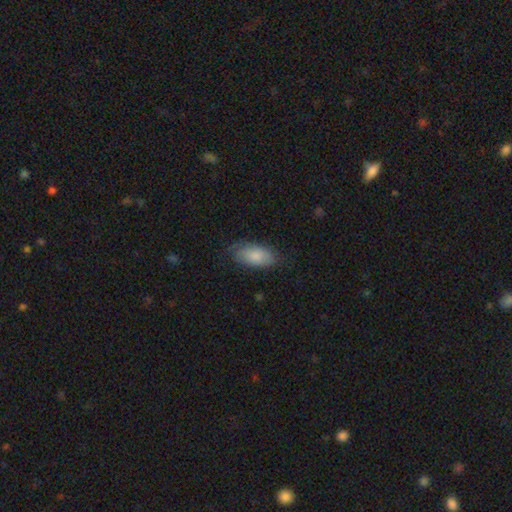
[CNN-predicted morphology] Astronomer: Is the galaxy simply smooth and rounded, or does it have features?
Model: smooth — 82%.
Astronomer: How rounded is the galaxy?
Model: in between — 91%.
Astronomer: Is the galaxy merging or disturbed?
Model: none — 73%.